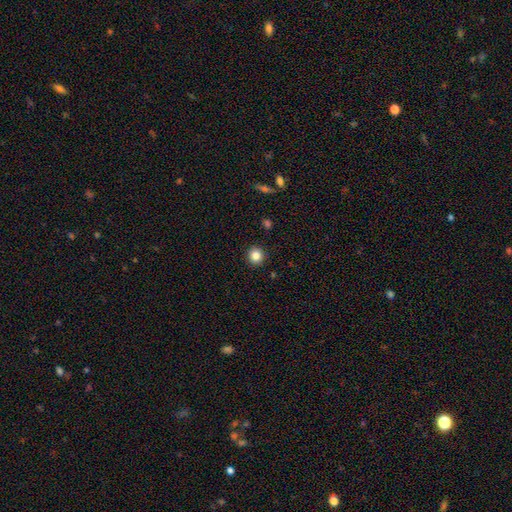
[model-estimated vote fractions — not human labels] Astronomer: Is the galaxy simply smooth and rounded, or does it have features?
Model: smooth — 83%.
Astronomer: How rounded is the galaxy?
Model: round — 93%.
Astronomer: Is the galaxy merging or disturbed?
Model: none — 92%.